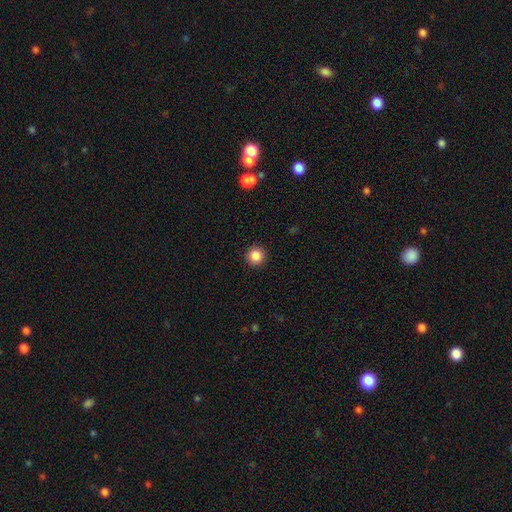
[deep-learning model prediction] Smooth or featured: smooth — 87% (star or artifact — 10%)
How rounded: round — 95% (in between — 4%)
Merging: none — 93% (minor disturbance — 5%)